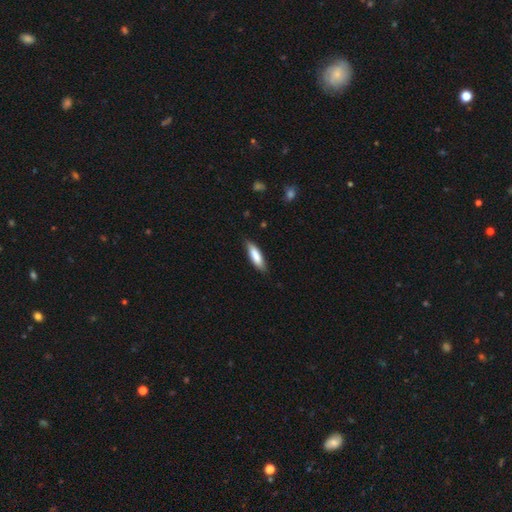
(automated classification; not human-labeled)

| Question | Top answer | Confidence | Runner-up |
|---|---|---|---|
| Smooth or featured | smooth | 82% | featured or disk (12%) |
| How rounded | cigar-shaped | 61% | in between (37%) |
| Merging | none | 81% | minor disturbance (15%) |